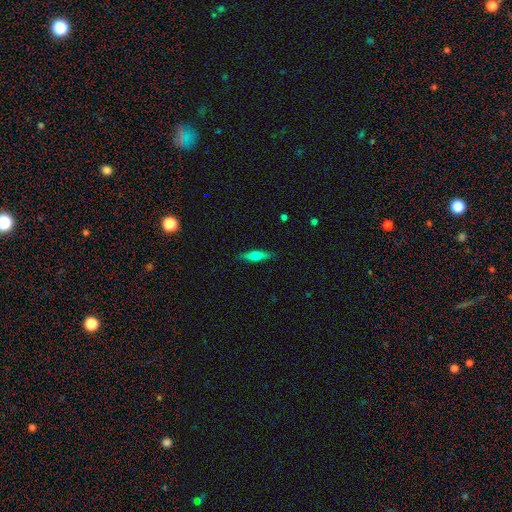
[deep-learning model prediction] smooth-or-featured: smooth: 49% | featured or disk: 44% | star or artifact: 7%
  merging: none: 88% | minor disturbance: 9% | major disturbance: 2% | merger: 1%